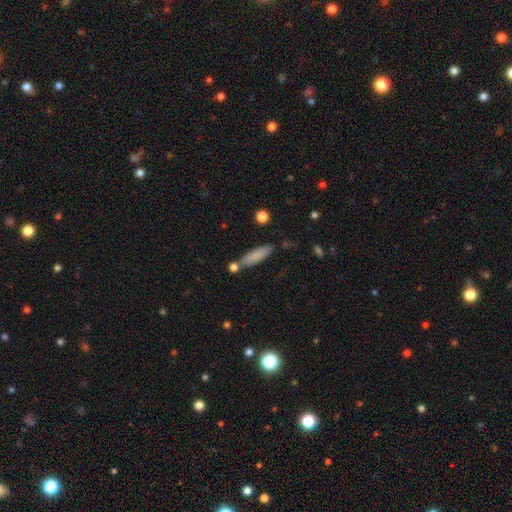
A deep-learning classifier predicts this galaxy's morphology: The model was most divided on "how rounded": cigar-shaped: 68%, in between: 30%, round: 2%. More confident: smooth or featured — smooth (81%); merging — none (73%).